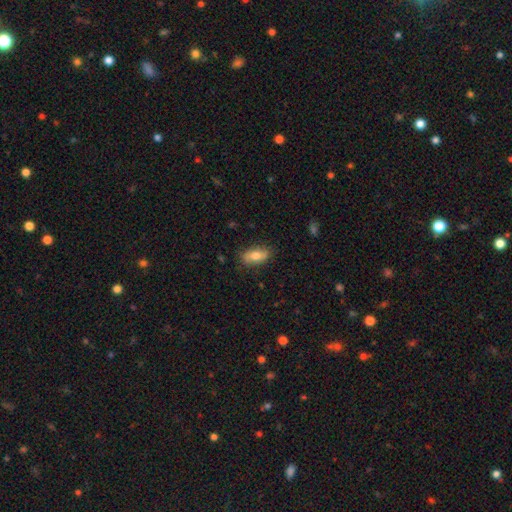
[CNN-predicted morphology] Smooth or featured? smooth (69%)
How rounded? in between (83%)
Merging? none (81%)